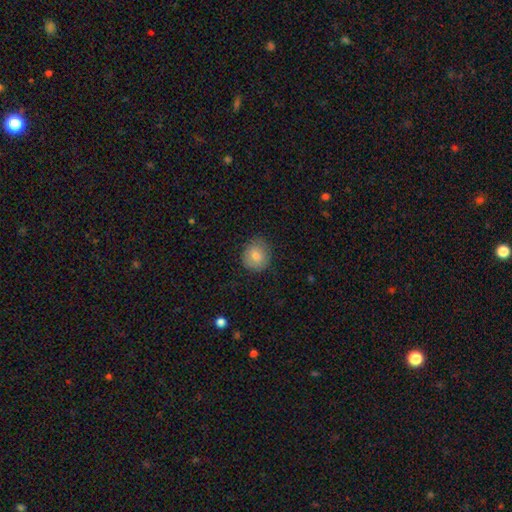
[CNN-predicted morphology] smooth 78%, featured or disk 13%, star or artifact 9%. Down the decision tree: how rounded — round (83%); merging — none (80%).